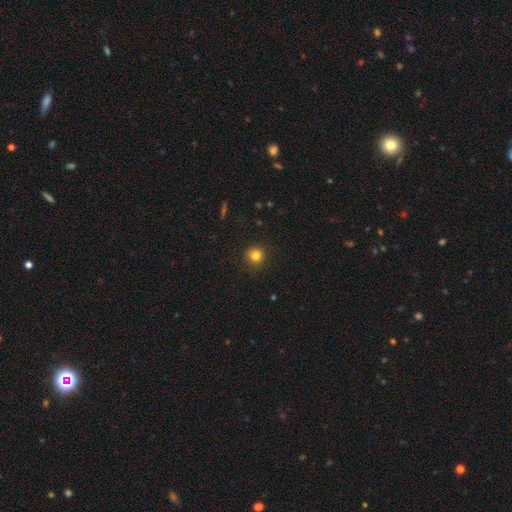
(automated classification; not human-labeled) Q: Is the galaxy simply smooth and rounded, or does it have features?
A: smooth — 82%.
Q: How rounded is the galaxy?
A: round — 93%.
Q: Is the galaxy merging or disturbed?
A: none — 89%.